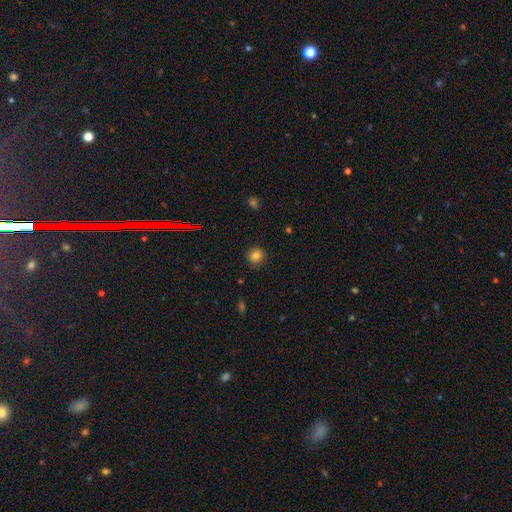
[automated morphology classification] This appears to be a smooth galaxy with no disk features (82%) that is round (83%). Merging: none (87%).